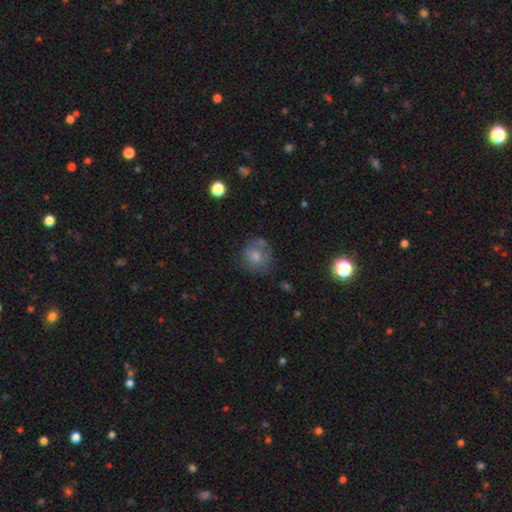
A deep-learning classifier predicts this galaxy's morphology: smooth_or_featured: smooth (p=0.66) [alt: featured or disk p=0.23]
how_rounded: round (p=0.76) [alt: in between p=0.23]
merging: none (p=0.57) [alt: minor disturbance p=0.25]